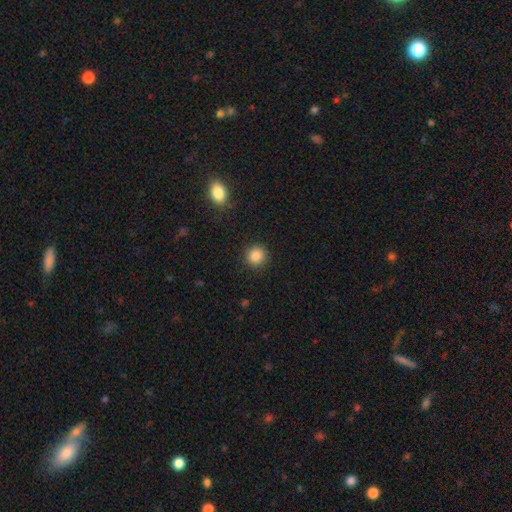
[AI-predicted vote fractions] Smooth or featured? Predicted: smooth (p=0.86). How rounded? Predicted: round (p=0.91). Merging? Predicted: none (p=0.91).